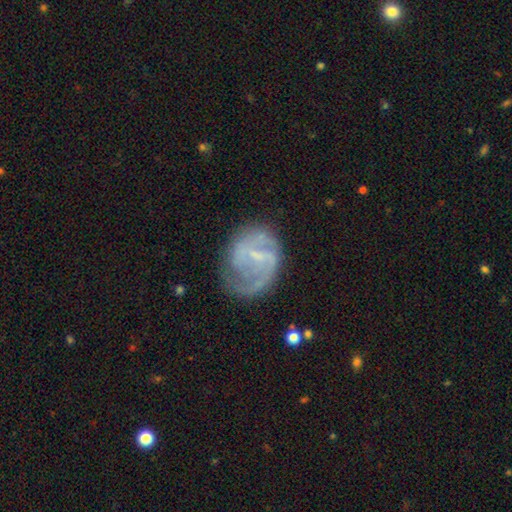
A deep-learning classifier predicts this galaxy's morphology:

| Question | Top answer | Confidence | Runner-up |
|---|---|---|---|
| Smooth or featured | featured or disk | 77% | smooth (15%) |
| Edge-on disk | no | 98% | yes (2%) |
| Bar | weak | 55% | no (25%) |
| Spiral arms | yes | 87% | no (13%) |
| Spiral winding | medium | 44% | tight (30%) |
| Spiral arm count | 2 | 50% | can't tell (22%) |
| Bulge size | small | 58% | none (26%) |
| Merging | none | 55% | minor disturbance (23%) |